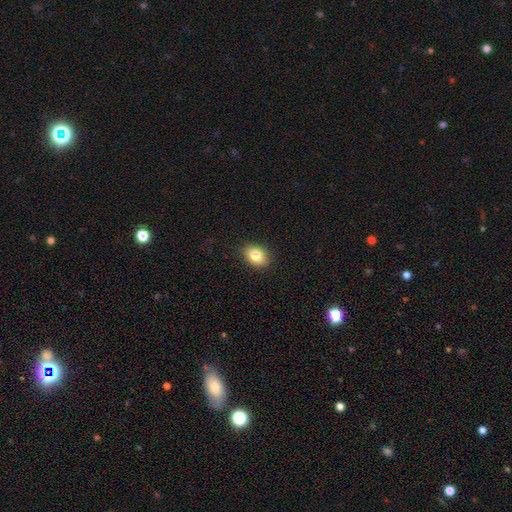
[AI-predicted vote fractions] Smooth or featured? Predicted: smooth (p=0.81). How rounded? Predicted: in between (p=0.76). Merging? Predicted: none (p=0.88).